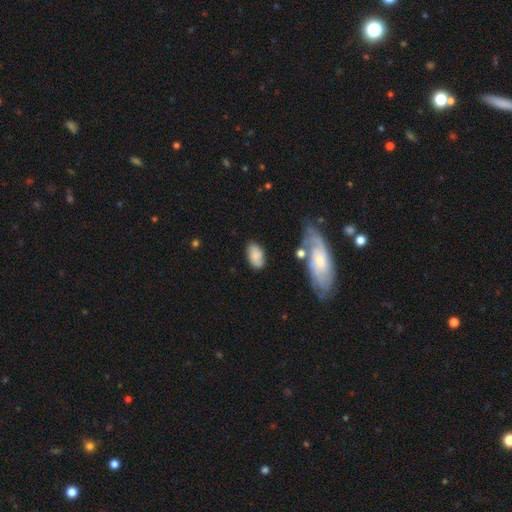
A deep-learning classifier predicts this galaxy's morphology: smooth-or-featured: smooth: 71% | featured or disk: 21% | star or artifact: 8%
  how-rounded: in between: 90% | round: 7% | cigar-shaped: 3%
  merging: none: 65% | minor disturbance: 22% | major disturbance: 7% | merger: 6%